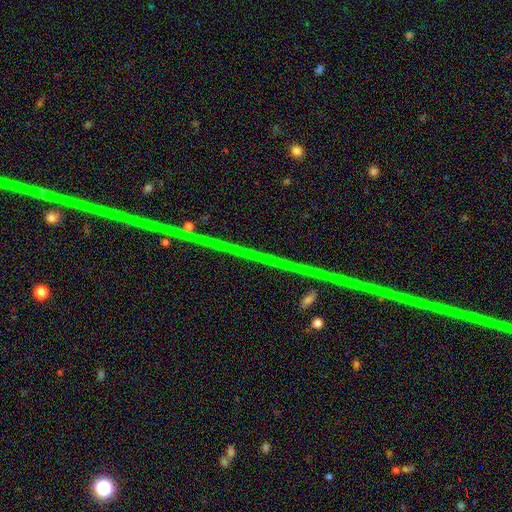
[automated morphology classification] Smooth or featured: star or artifact — 78% (featured or disk — 14%)